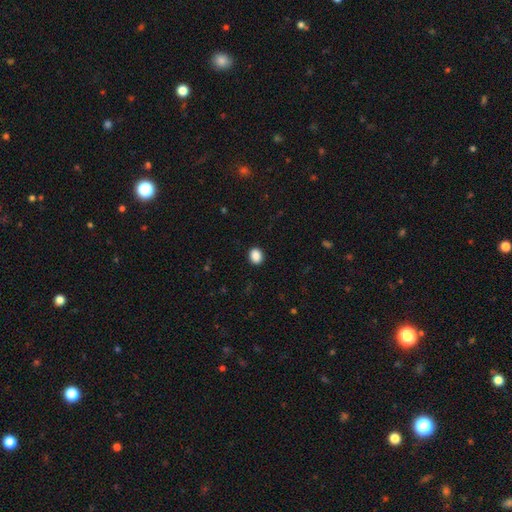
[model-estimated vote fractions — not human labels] Overall: smooth (89%). How rounded: in between (50%; round 49%). Merging: none (91%).